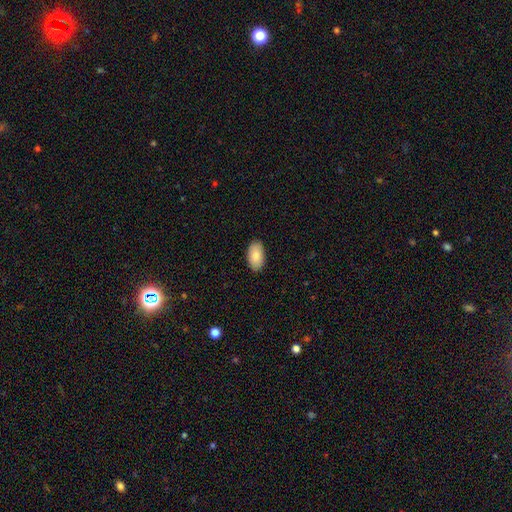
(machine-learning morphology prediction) This is clearly a smooth galaxy (87%). How rounded: clearly in between (96%). Merging: clearly none (89%).